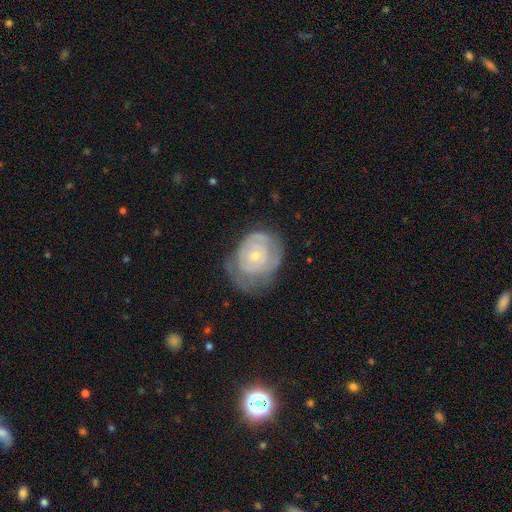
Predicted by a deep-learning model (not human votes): This is likely a featured or disk galaxy (70%). It is clearly not viewed edge-on (97%). Bar: clearly no (82%). Spiral arm pattern: likely yes (69%). Central bulge: likely small (68%). Merging: possibly none (49%).